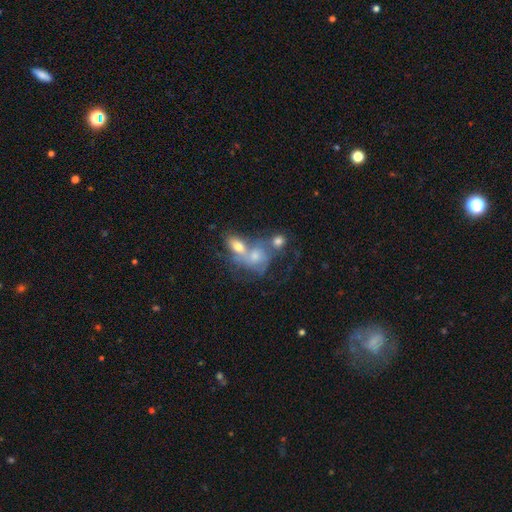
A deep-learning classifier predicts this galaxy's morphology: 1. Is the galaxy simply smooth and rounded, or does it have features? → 43% smooth, 42% featured or disk, 15% star or artifact.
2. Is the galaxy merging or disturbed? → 61% merger, 21% none, 9% minor disturbance, 9% major disturbance.